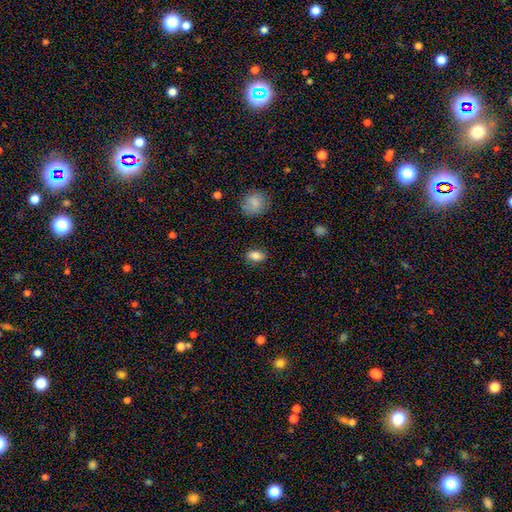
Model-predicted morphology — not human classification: smooth 84%, star or artifact 9%, featured or disk 8%. Down the decision tree: how rounded — in between (84%); merging — none (86%).